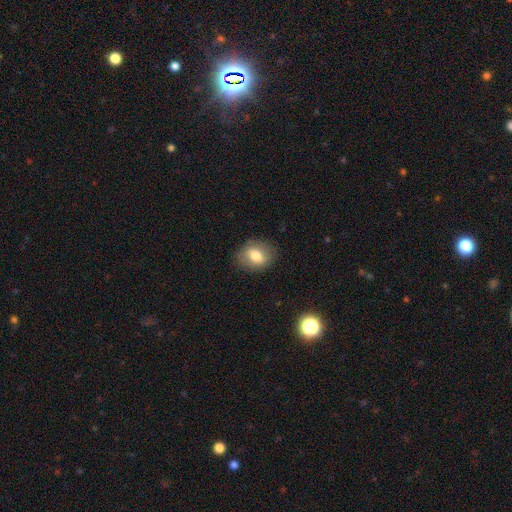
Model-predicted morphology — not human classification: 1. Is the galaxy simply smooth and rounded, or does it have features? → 75% smooth, 17% featured or disk, 9% star or artifact.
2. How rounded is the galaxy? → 56% in between, 43% round, 1% cigar-shaped.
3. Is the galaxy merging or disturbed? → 82% none, 13% minor disturbance, 4% major disturbance, 1% merger.